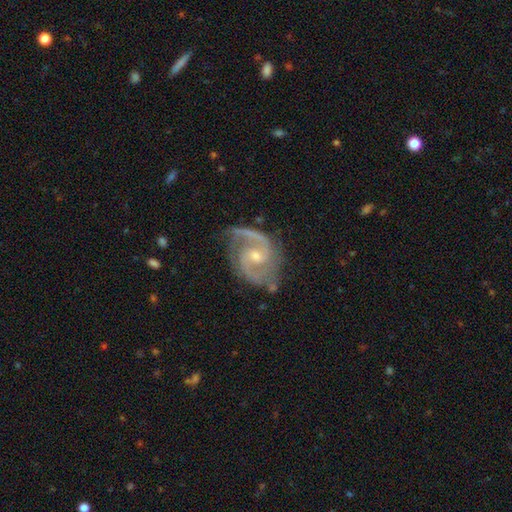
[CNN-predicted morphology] A featured or disk galaxy (92%) with a weak bar (46%), 2 (90%) medium (60%) spiral arms (98%) and a small central bulge (48%, tied with moderate).

Vote fractions:
- Smooth or featured? featured or disk: 92% / star or artifact: 5% / smooth: 4%
- Edge-on disk? no: 98% / yes: 2%
- Bar? weak: 46% / no: 44% / strong: 10%
- Spiral arms? yes: 98% / no: 2%
- Spiral winding? medium: 60% / tight: 24% / loose: 16%
- Spiral arm count? 2: 90% / 3: 3% / can't tell: 3% / 1: 2% / 4: 1% / more than 4: 1%
- Bulge size? small: 48% (tied) / moderate: 48% (tied) / none: 2% / large: 1% / dominant: 1%
- Merging? none: 70% / minor disturbance: 21% / major disturbance: 7% / merger: 2%